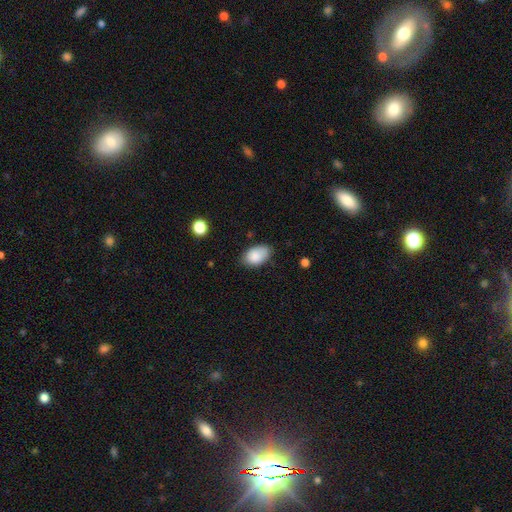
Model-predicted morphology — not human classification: Q: Smooth or featured?
A: smooth (87%); runner-up: star or artifact (7%)
Q: How rounded?
A: in between (91%); runner-up: round (8%)
Q: Merging?
A: none (71%); runner-up: minor disturbance (23%)